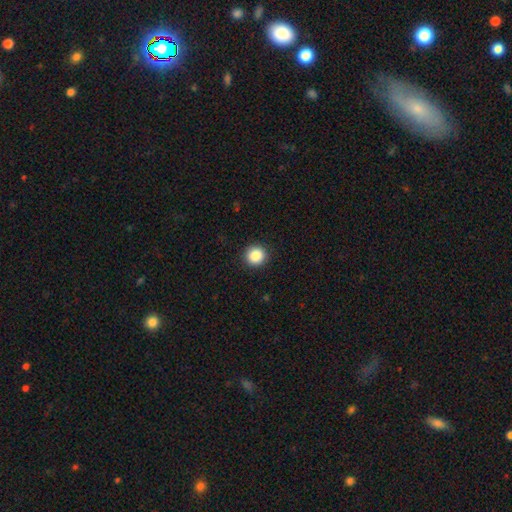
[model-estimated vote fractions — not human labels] Smooth or featured? smooth (87%)
How rounded? round (94%)
Merging? none (92%)